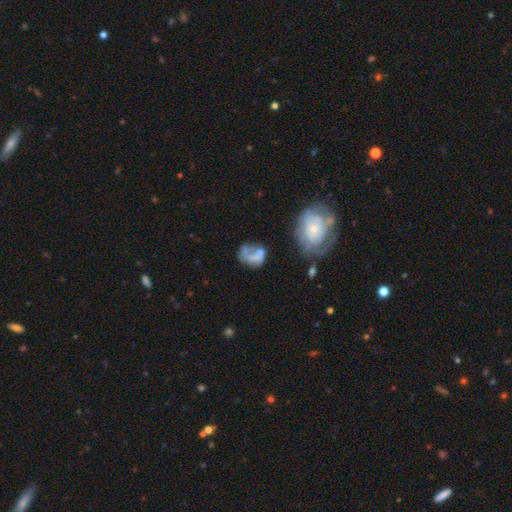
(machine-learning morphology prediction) smooth 45%, featured or disk 43%, star or artifact 12%. Down the decision tree: merging — major disturbance (34%).